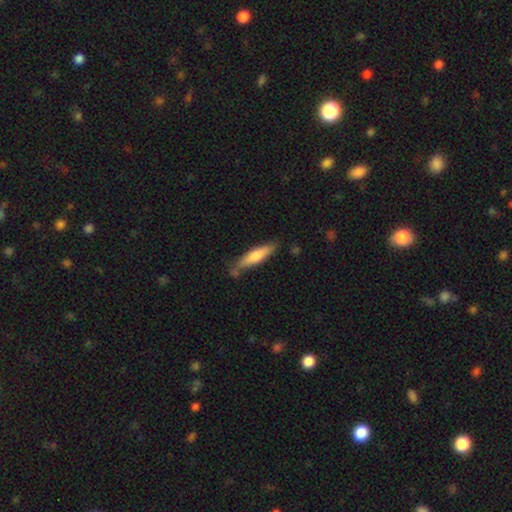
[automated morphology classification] A smooth galaxy with no disk features (68%) that is cigar-shaped (81%).

Vote fractions:
- Smooth or featured? smooth: 68% / featured or disk: 27% / star or artifact: 5%
- How rounded? cigar-shaped: 81% / in between: 18% / round: 1%
- Merging? none: 72% / minor disturbance: 19% / merger: 5% / major disturbance: 4%